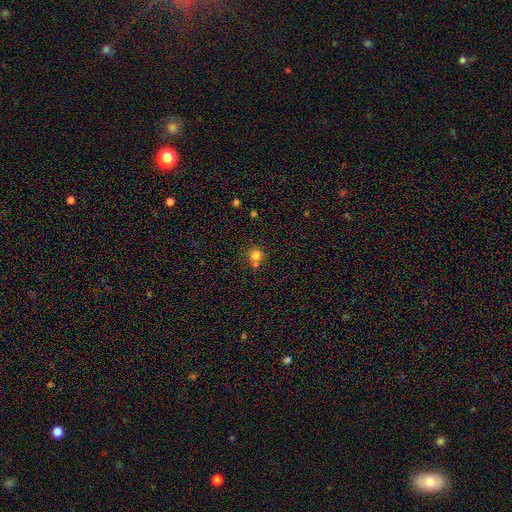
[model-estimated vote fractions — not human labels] smooth-or-featured: smooth: 78% | star or artifact: 14% | featured or disk: 8%
  how-rounded: round: 90% | in between: 9% | cigar-shaped: 1%
  merging: none: 60% | merger: 28% | minor disturbance: 9% | major disturbance: 3%